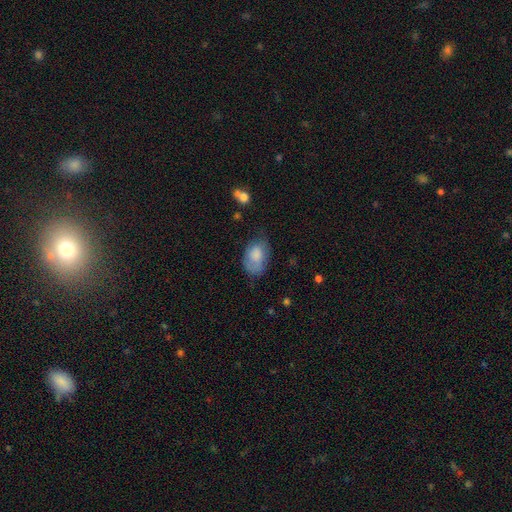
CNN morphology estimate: type=smooth (77%); roundness=in between (89%); merging=none (51%).